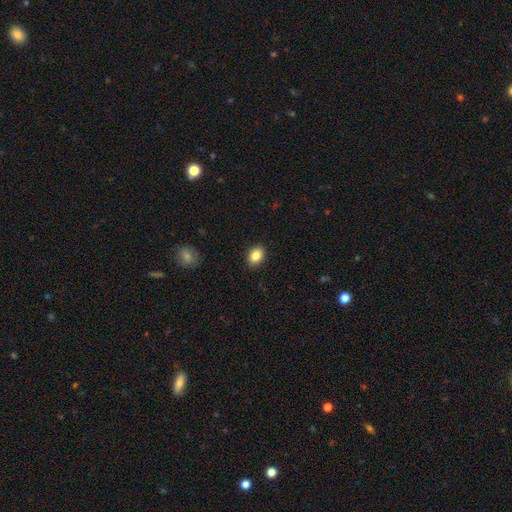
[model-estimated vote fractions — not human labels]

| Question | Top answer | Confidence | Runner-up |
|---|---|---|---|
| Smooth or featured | smooth | 85% | star or artifact (9%) |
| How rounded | in between | 70% | round (29%) |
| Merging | none | 89% | minor disturbance (8%) |